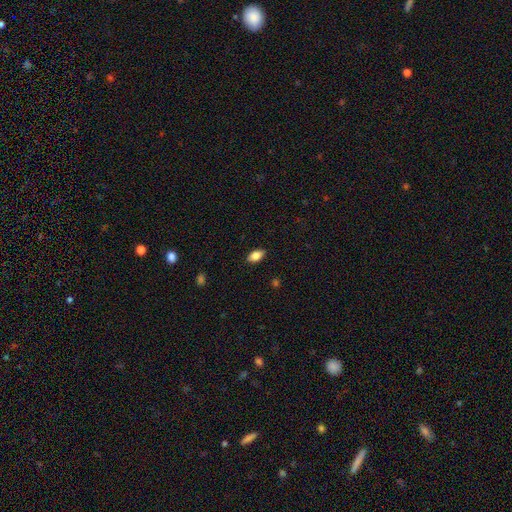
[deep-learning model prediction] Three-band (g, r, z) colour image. It shows a smooth galaxy with no disk features (81%) that is in between round and cigar-shaped (89%). Merging: none (87%).